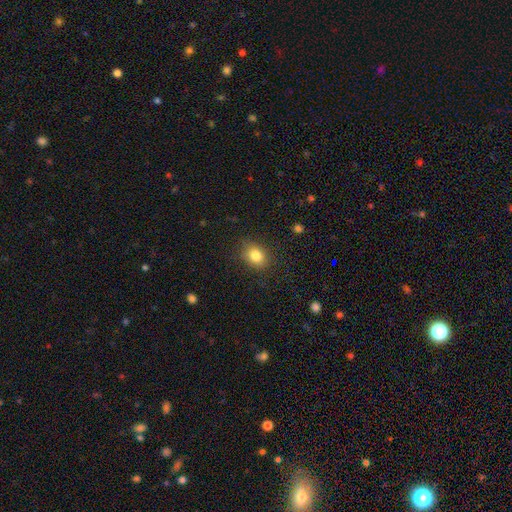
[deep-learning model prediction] Smooth or featured: smooth — 83% (star or artifact — 10%)
How rounded: in between — 58% (round — 41%)
Merging: none — 83% (minor disturbance — 12%)